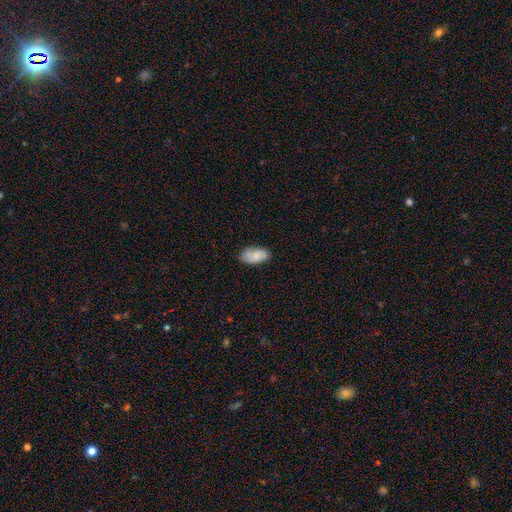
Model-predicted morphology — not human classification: A smooth galaxy with no disk features (73%) that is in between round and cigar-shaped (93%).

Vote fractions:
- Smooth or featured? smooth: 73% / featured or disk: 20% / star or artifact: 7%
- How rounded? in between: 93% / round: 4% / cigar-shaped: 3%
- Merging? none: 74% / minor disturbance: 21% / major disturbance: 4% / merger: 1%